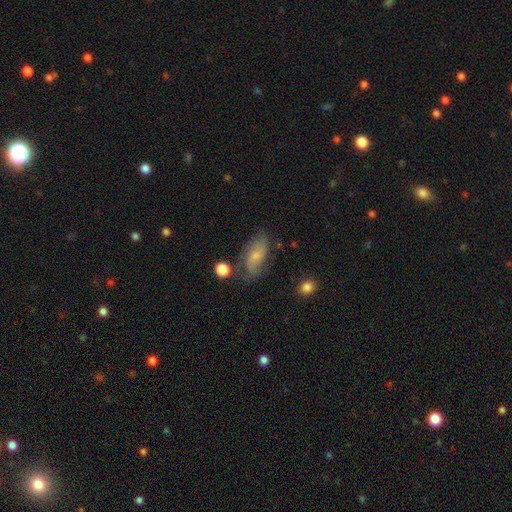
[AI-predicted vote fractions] Overall: smooth (48%; featured or disk 43%). Merging: none (59%; minor disturbance 25%).